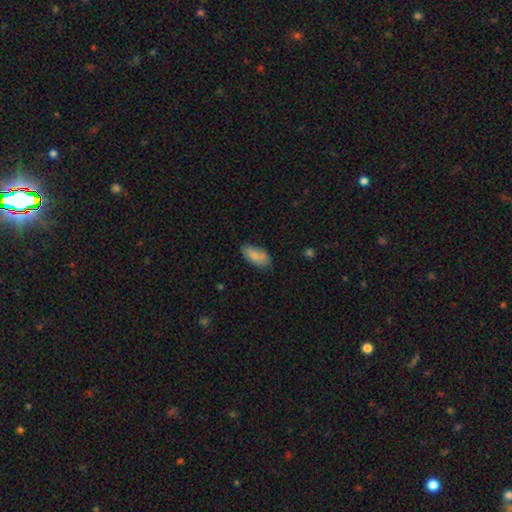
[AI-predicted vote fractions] Morphology: type=smooth (83%); roundness=in between (91%); merging=none (75%).